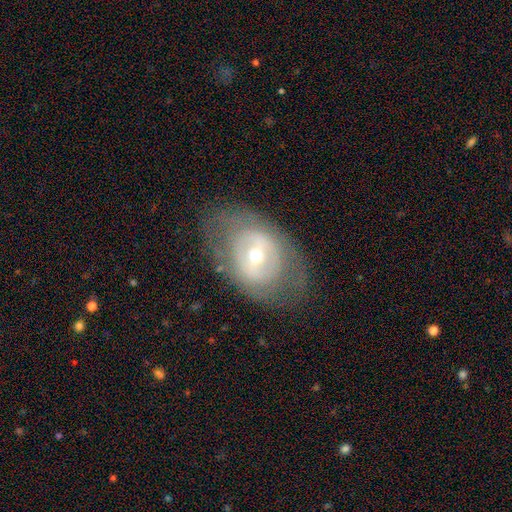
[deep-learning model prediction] This is likely a featured or disk galaxy (63%). It is clearly not viewed edge-on (92%). Bar: possibly no (47%). Spiral arm pattern: likely no (70%). Central bulge: possibly moderate (53%). Merging: likely none (71%).